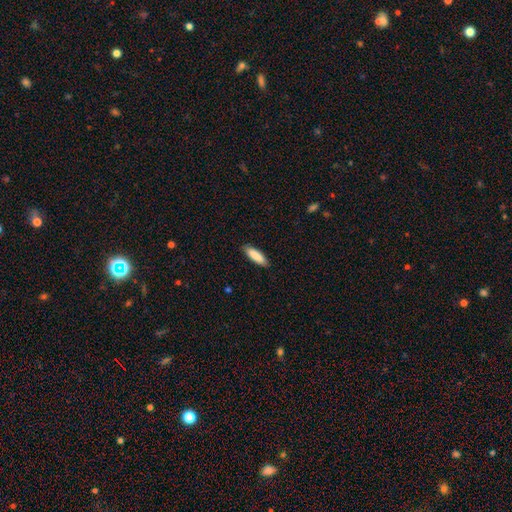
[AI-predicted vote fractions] Smooth or featured: smooth — 88% (featured or disk — 7%)
How rounded: in between — 51% (cigar-shaped — 47%)
Merging: none — 87% (minor disturbance — 10%)